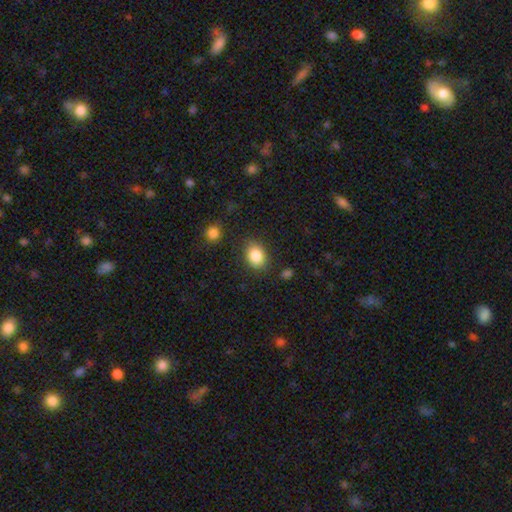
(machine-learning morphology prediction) Q: Smooth or featured?
A: smooth (85%); runner-up: star or artifact (9%)
Q: How rounded?
A: in between (65%); runner-up: round (34%)
Q: Merging?
A: none (81%); runner-up: minor disturbance (12%)